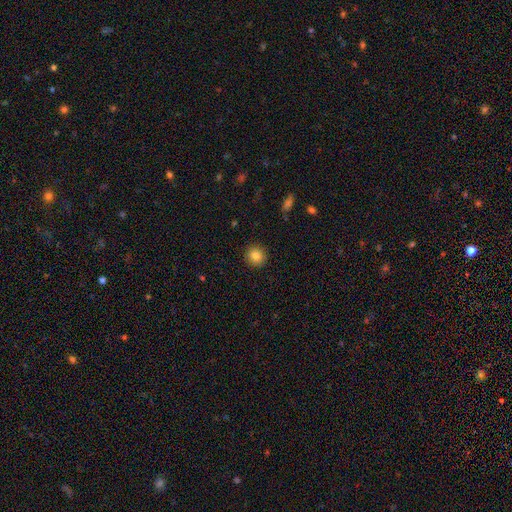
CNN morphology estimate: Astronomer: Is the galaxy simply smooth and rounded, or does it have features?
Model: smooth — 84%.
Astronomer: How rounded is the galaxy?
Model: round — 92%.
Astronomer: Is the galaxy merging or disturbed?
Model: none — 92%.